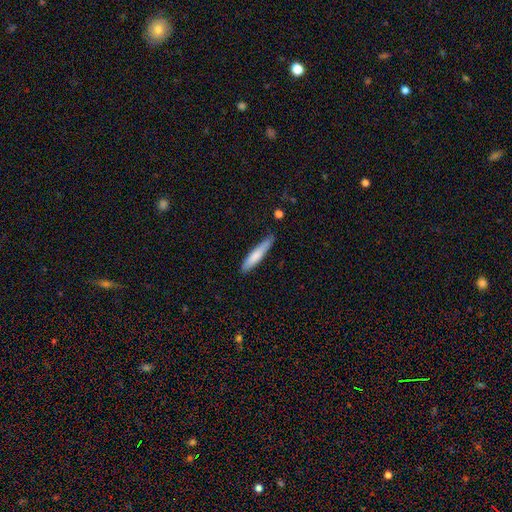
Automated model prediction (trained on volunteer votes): smooth 77%, featured or disk 17%, star or artifact 6%. Down the decision tree: how rounded — cigar-shaped (87%); merging — none (77%).